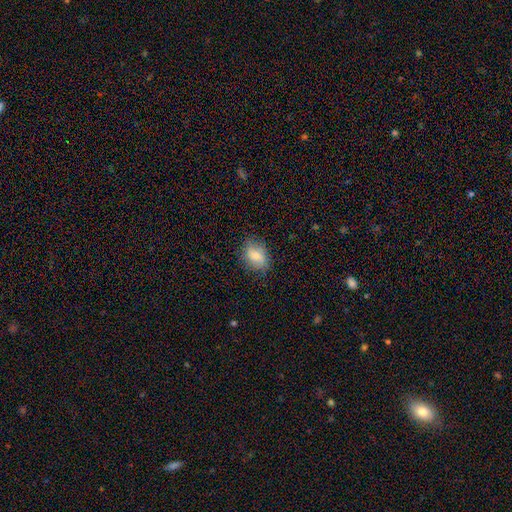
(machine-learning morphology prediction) Smooth or featured? smooth (73%)
How rounded? in between (74%)
Merging? none (75%)